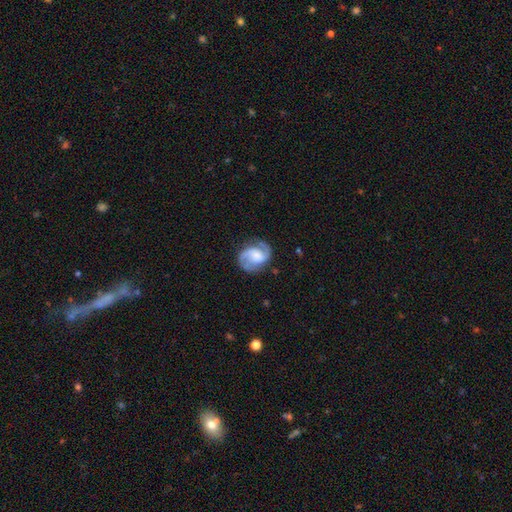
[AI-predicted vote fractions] The model was most divided on "bulge size": moderate: 30%, small: 24%, none: 22%, large: 21%, dominant: 3%. Remaining: edge-on disk — no (98%); spiral arms — yes (96%); spiral arm count — 2 (90%); smooth or featured — featured or disk (82%); merging — none (74%); spiral winding — medium (53%); bar — no (48%).